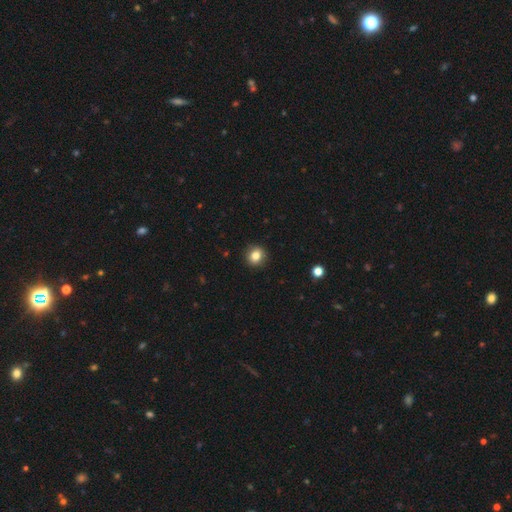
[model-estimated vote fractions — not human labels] Q: Smooth or featured?
A: smooth (83%); runner-up: star or artifact (11%)
Q: How rounded?
A: round (86%); runner-up: in between (13%)
Q: Merging?
A: none (92%); runner-up: minor disturbance (6%)